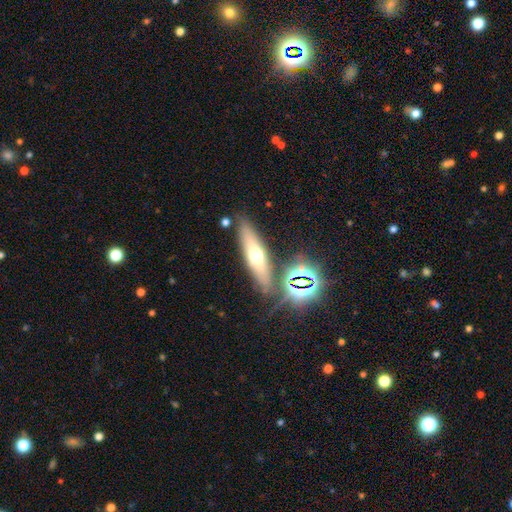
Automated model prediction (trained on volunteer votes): This appears to be a smooth galaxy with no disk features (48%). Merging: none (82%).